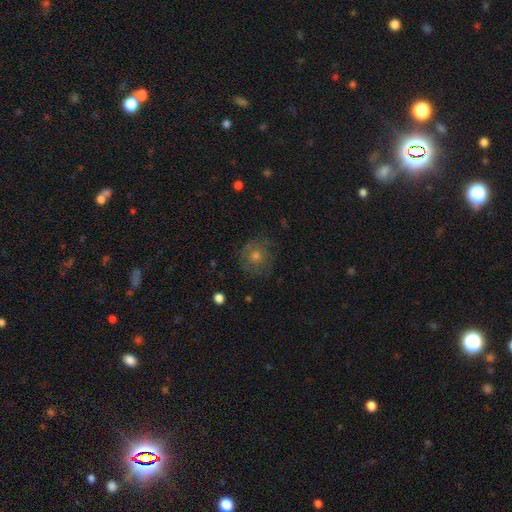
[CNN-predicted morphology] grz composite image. It shows a smooth galaxy with no disk features (48%). Merging: none (78%).